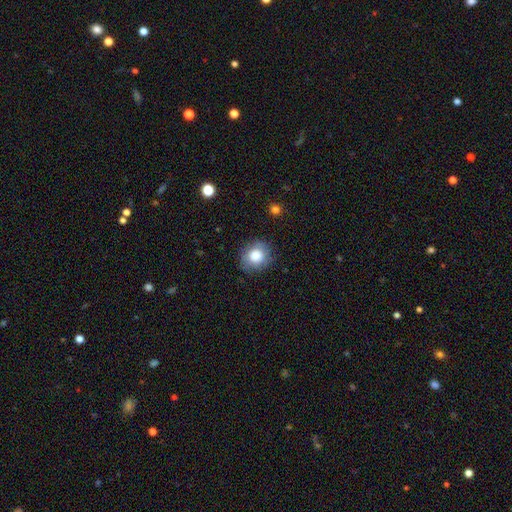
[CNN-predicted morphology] This appears to be a smooth galaxy with no disk features (81%) that is round (81%). Merging: none (82%).